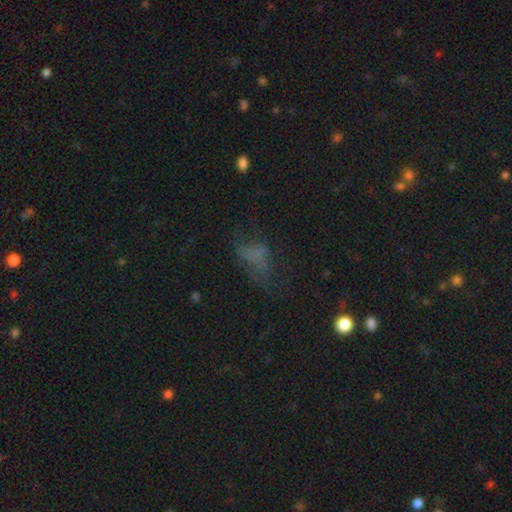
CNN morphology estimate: Q: Smooth or featured?
A: smooth (46%); runner-up: star or artifact (28%)
Q: Merging?
A: major disturbance (39%); runner-up: none (37%)